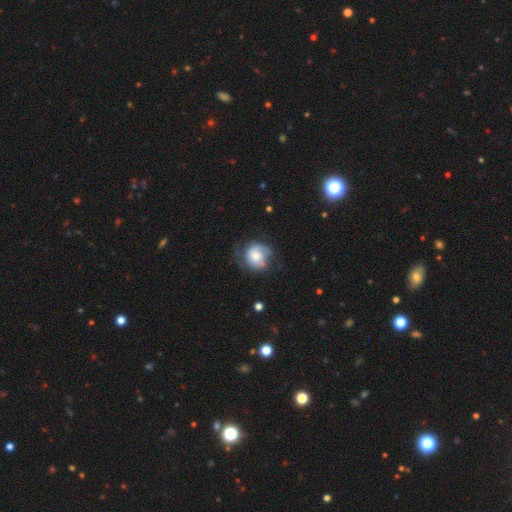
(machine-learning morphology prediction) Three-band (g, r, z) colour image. It shows a smooth galaxy with no disk features (49%). Merging: none (47%).